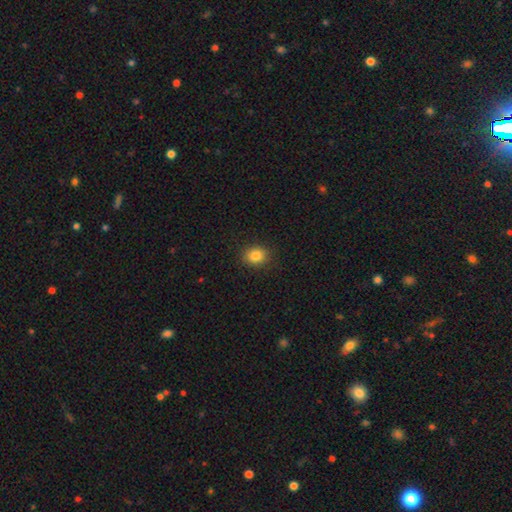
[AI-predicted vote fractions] This is clearly a smooth galaxy (84%). How rounded: likely round (61%). Merging: clearly none (89%).